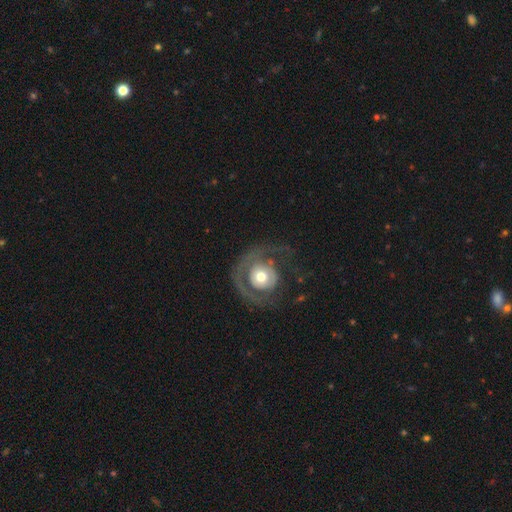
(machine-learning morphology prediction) type=featured or disk (69%); edge-on=no (97%); bar=no (81%); spiral arms=yes (62%); bulge=moderate (65%); merging=none (60%).